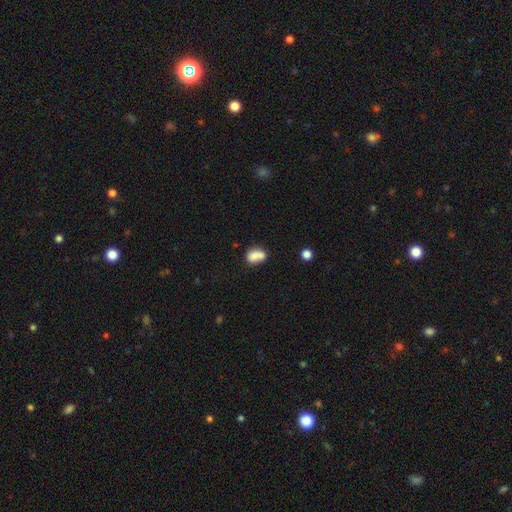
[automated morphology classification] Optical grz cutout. It shows a smooth galaxy with no disk features (77%) that is in between round and cigar-shaped (71%). Merging: merger (40%).